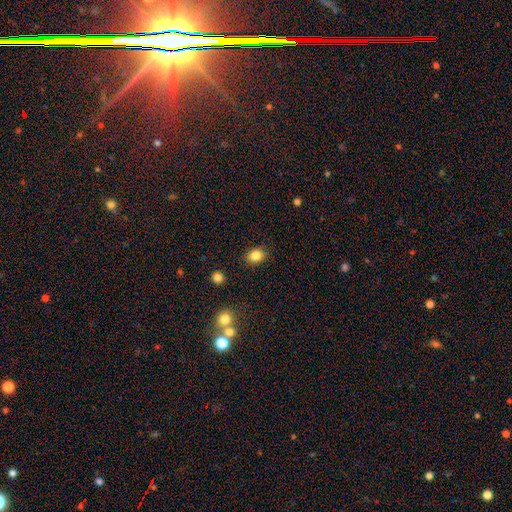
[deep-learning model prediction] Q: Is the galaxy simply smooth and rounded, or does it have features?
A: smooth — 84%.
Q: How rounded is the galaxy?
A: in between — 52%.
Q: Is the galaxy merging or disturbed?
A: none — 88%.